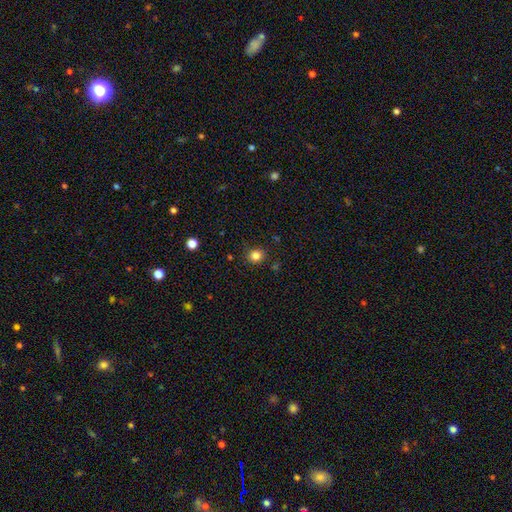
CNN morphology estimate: Smooth or featured? smooth (83%)
How rounded? round (87%)
Merging? none (87%)